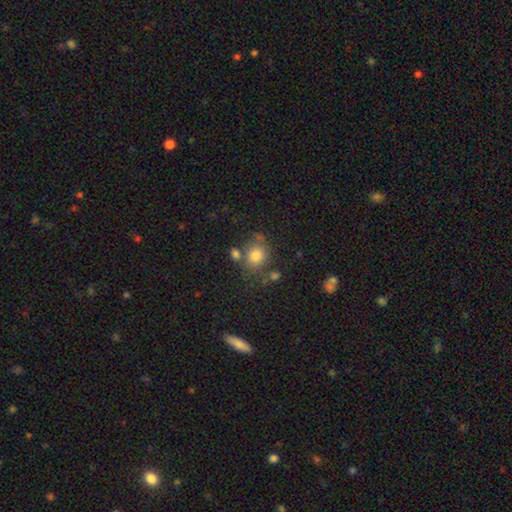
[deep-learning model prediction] This appears to be a smooth galaxy with no disk features (79%) that is round (73%). Merging: none (64%).